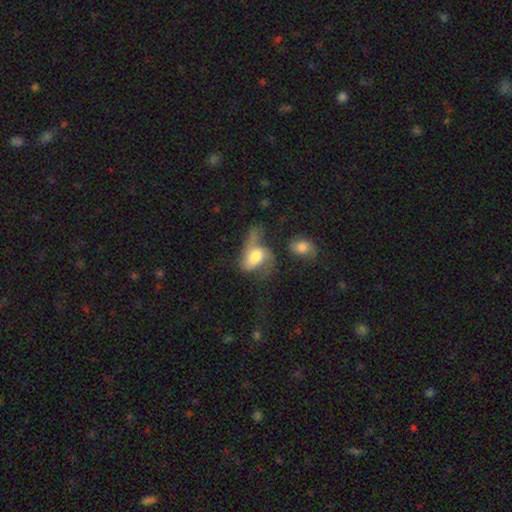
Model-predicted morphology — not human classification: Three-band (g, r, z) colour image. It shows a smooth galaxy with no disk features (50%) that is in between round and cigar-shaped (84%). Merging: major disturbance (43%).